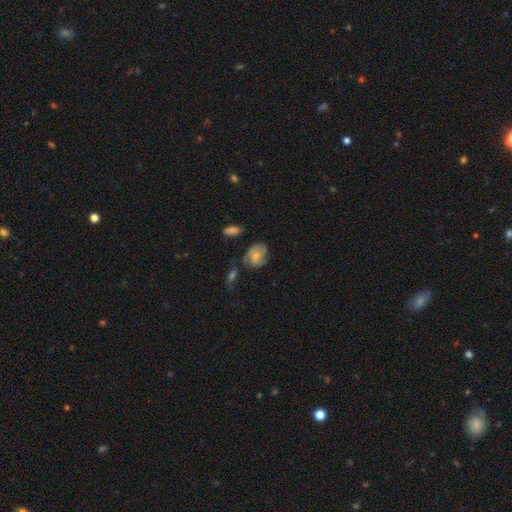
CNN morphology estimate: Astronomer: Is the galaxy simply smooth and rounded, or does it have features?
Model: featured or disk — 51% (runner-up: smooth, 41%).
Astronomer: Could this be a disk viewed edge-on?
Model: no — 97%.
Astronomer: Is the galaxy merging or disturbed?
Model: none — 48% (runner-up: minor disturbance, 27%).